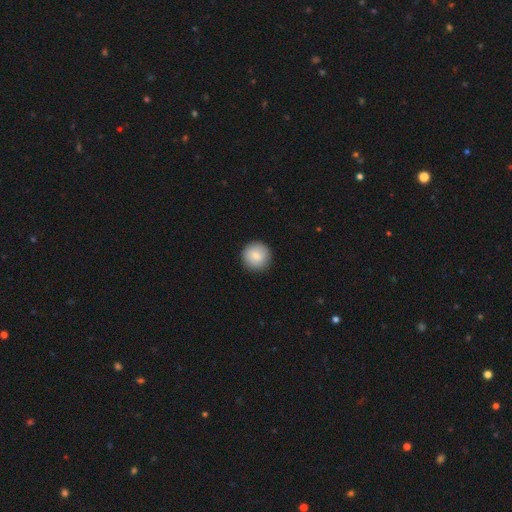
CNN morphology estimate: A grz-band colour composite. It shows a smooth galaxy with no disk features (84%) that is round (96%). Merging: none (92%).